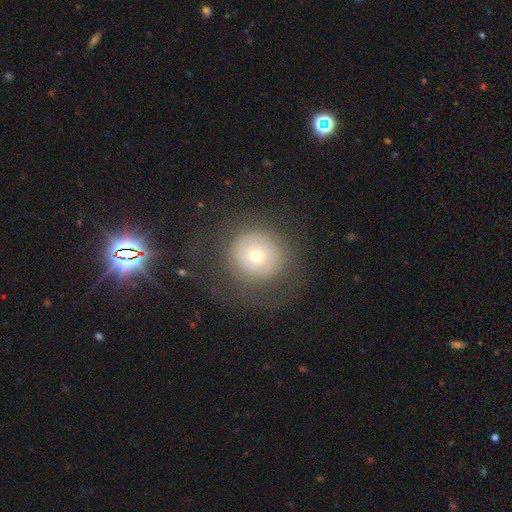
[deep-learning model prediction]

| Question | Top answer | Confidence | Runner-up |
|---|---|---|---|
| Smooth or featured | smooth | 58% | featured or disk (30%) |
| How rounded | round | 91% | in between (8%) |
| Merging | none | 65% | major disturbance (20%) |